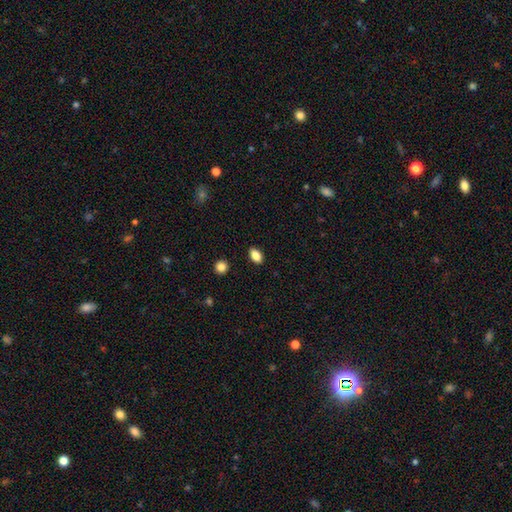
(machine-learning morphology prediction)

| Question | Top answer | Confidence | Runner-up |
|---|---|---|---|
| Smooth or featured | smooth | 86% | star or artifact (9%) |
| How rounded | in between | 87% | round (10%) |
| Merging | none | 89% | minor disturbance (8%) |